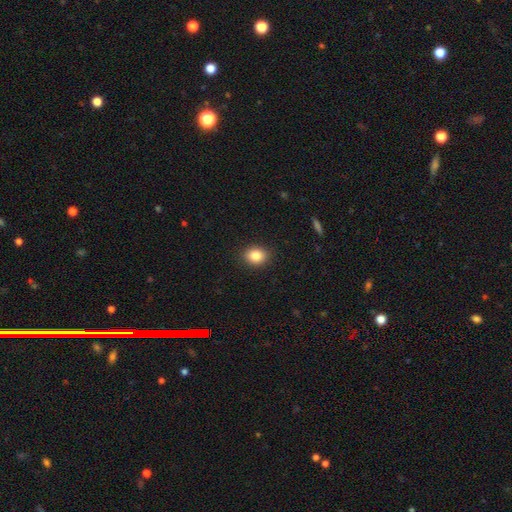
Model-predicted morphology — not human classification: This is clearly a smooth galaxy (85%). How rounded: possibly round (51%). Merging: clearly none (89%).